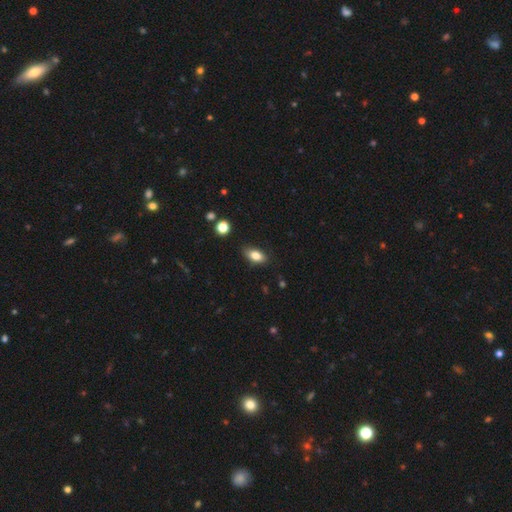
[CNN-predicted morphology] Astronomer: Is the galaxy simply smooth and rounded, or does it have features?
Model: smooth — 82%.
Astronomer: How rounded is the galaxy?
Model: in between — 87%.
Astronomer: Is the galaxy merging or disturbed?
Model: none — 83%.